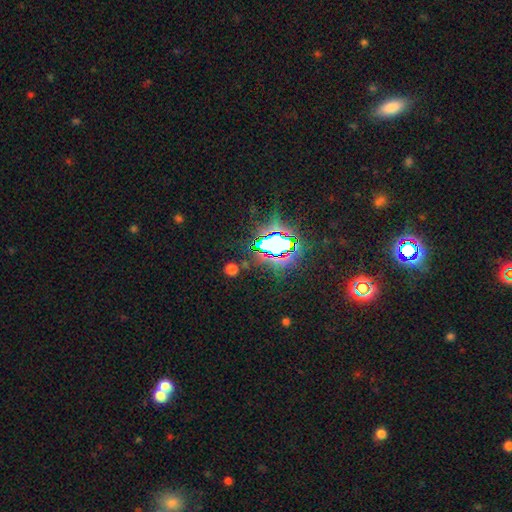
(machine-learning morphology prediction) A star or artifact, not a galaxy (82%).

Vote fractions:
- Smooth or featured? star or artifact: 82% / smooth: 10% / featured or disk: 8%